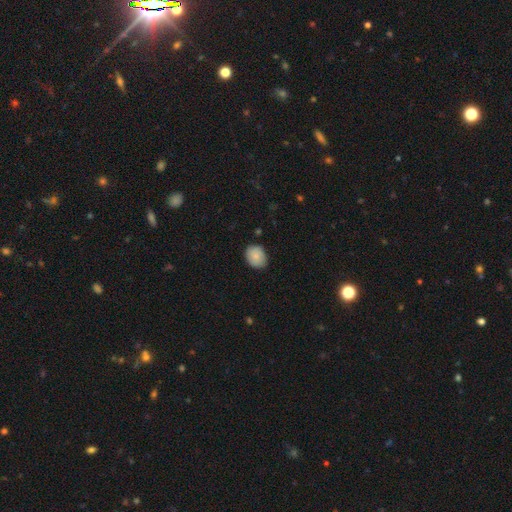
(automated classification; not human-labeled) A smooth galaxy with no disk features (85%) that is round (52%). Merging: none (79%).